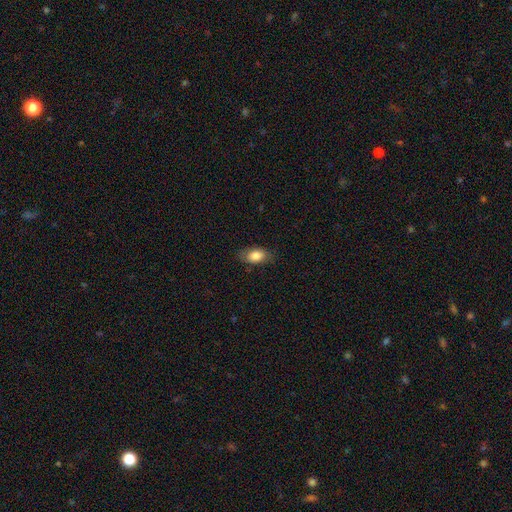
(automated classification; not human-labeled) Morphology: type=smooth (81%); roundness=in between (90%); merging=none (78%).